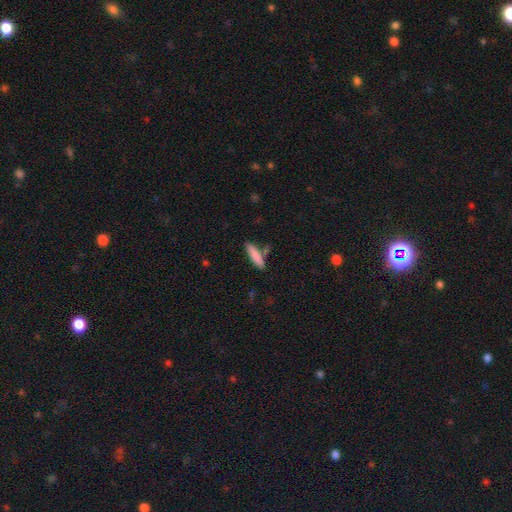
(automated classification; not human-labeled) Smooth or featured? smooth (81%)
How rounded? cigar-shaped (78%)
Merging? none (75%)